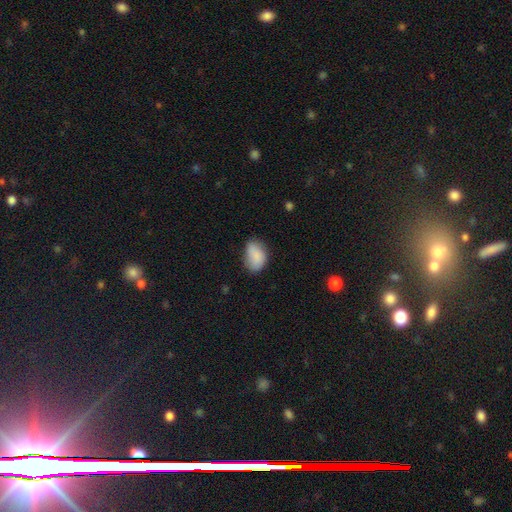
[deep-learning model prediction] Smooth or featured: smooth — 85% (featured or disk — 8%)
How rounded: in between — 87% (round — 12%)
Merging: none — 61% (minor disturbance — 30%)